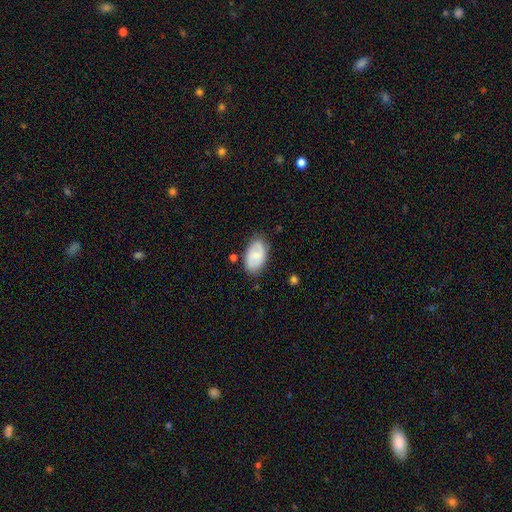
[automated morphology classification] smooth-or-featured: smooth: 61% | featured or disk: 32% | star or artifact: 7%
  how-rounded: in between: 92% | round: 6% | cigar-shaped: 1%
  merging: none: 77% | minor disturbance: 17% | major disturbance: 4% | merger: 2%